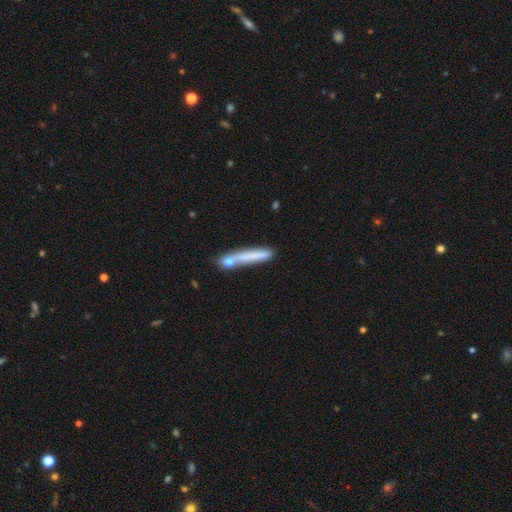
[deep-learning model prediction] Q: Smooth or featured?
A: smooth (66%); runner-up: featured or disk (26%)
Q: How rounded?
A: cigar-shaped (94%); runner-up: in between (4%)
Q: Merging?
A: none (67%); runner-up: merger (16%)